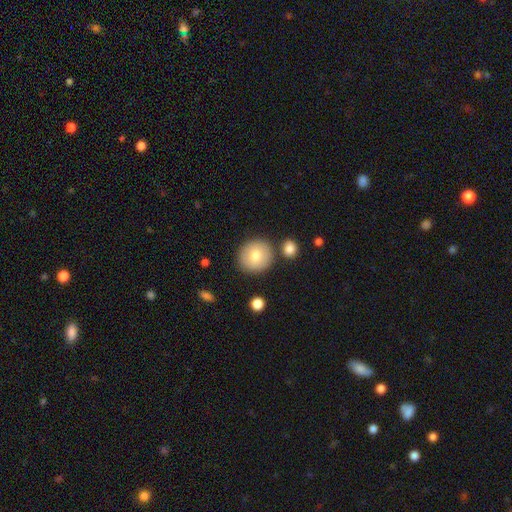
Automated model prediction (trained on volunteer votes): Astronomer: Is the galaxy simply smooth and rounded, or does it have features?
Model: smooth — 77%.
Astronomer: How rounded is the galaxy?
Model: round — 89%.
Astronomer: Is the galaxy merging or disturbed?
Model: none — 81%.